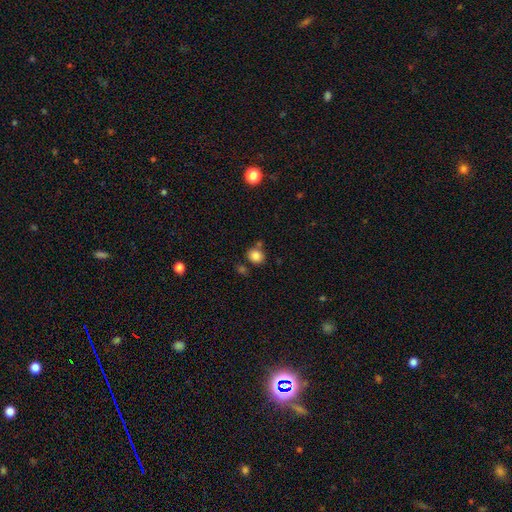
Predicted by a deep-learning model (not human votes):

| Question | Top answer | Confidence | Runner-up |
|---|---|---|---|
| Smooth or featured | smooth | 83% | star or artifact (11%) |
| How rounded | round | 65% | in between (35%) |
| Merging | none | 72% | minor disturbance (13%) |